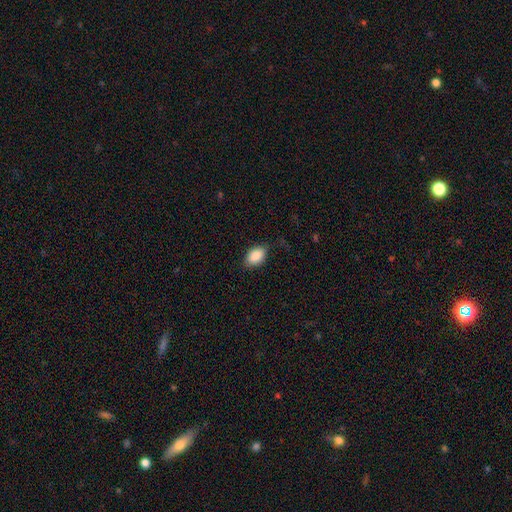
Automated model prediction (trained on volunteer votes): Overall: smooth (88%). How rounded: in between (89%). Merging: none (81%).